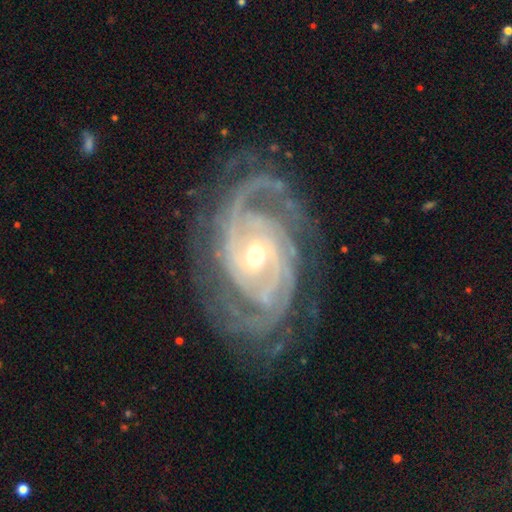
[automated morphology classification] Smooth or featured? Predicted: featured or disk (p=0.94). Edge-on disk? Predicted: no (p=0.97). Bar? Predicted: no (p=0.49). Spiral arms? Predicted: yes (p=0.99). Spiral winding? Predicted: tight (p=0.70). Spiral arm count? Predicted: 3 (p=0.30). Bulge size? Predicted: moderate (p=0.56). Merging? Predicted: none (p=0.76).